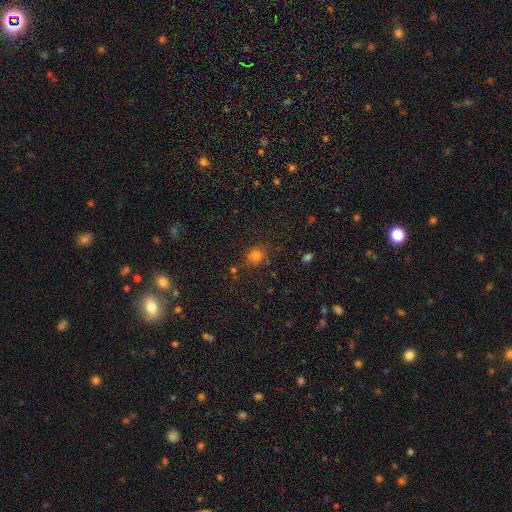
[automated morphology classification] type=smooth (77%); roundness=round (81%); merging=none (79%).